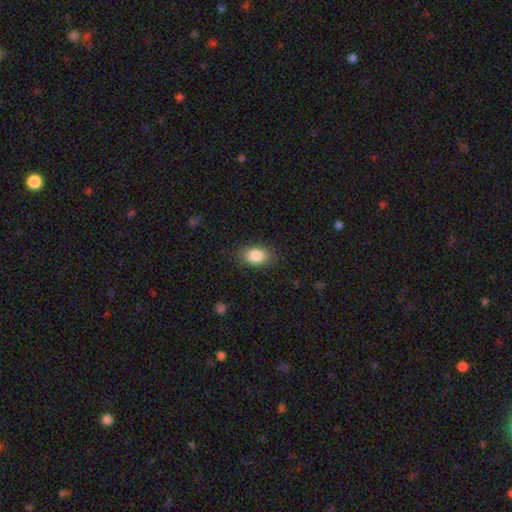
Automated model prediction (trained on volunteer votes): Smooth or featured? smooth (86%)
How rounded? in between (86%)
Merging? none (85%)